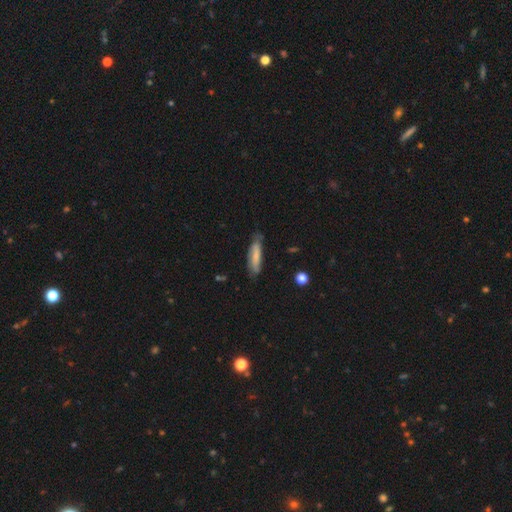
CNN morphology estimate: A smooth galaxy with no disk features (60%) that is cigar-shaped (64%).

Vote fractions:
- Smooth or featured? smooth: 60% / featured or disk: 33% / star or artifact: 6%
- How rounded? cigar-shaped: 64% / in between: 34% / round: 2%
- Merging? none: 65% / minor disturbance: 26% / major disturbance: 6% / merger: 2%